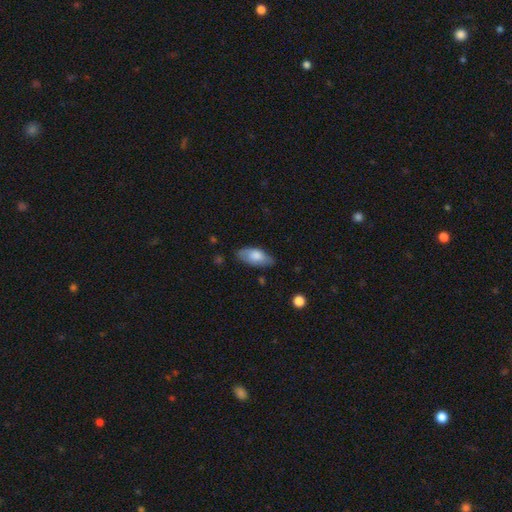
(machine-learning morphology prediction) Smooth or featured: smooth — 69% (featured or disk — 25%)
How rounded: in between — 89% (cigar-shaped — 9%)
Merging: none — 73% (minor disturbance — 21%)